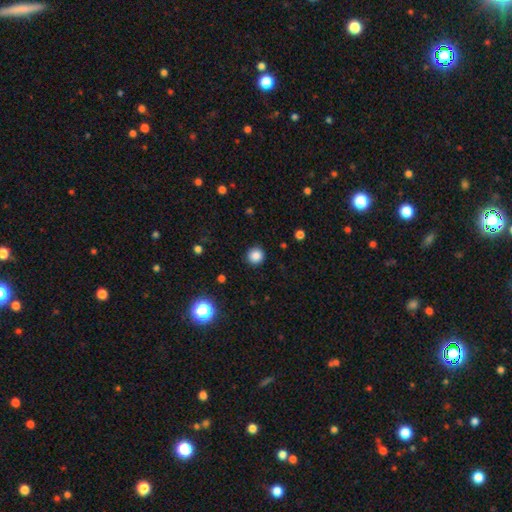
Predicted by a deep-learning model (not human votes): smooth 86%, star or artifact 11%, featured or disk 3%. Down the decision tree: how rounded — round (94%); merging — none (92%).